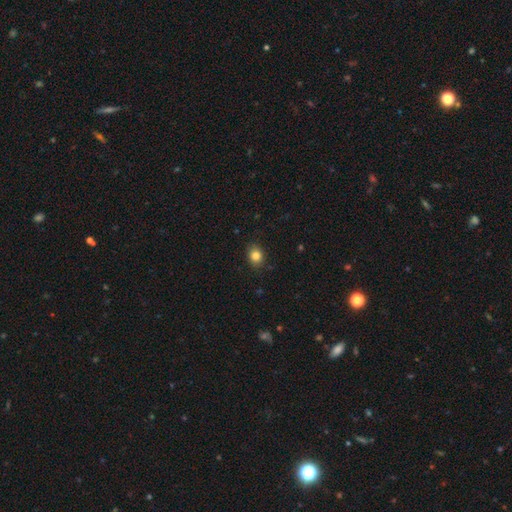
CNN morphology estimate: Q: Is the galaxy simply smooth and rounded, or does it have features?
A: smooth — 83%.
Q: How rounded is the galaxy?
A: in between — 51%.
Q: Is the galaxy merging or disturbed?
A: none — 88%.